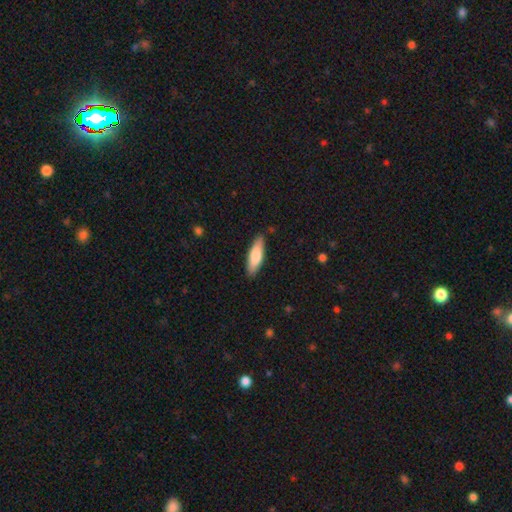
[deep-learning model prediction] smooth-or-featured: smooth: 78% | featured or disk: 17% | star or artifact: 5%
  how-rounded: cigar-shaped: 53% | in between: 45% | round: 2%
  merging: none: 86% | minor disturbance: 11% | major disturbance: 2% | merger: 1%